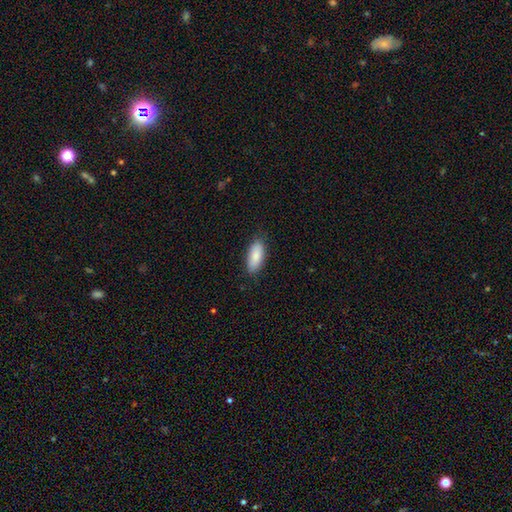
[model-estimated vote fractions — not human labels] smooth 86%, featured or disk 8%, star or artifact 6%. Down the decision tree: how rounded — in between (82%); merging — none (83%).